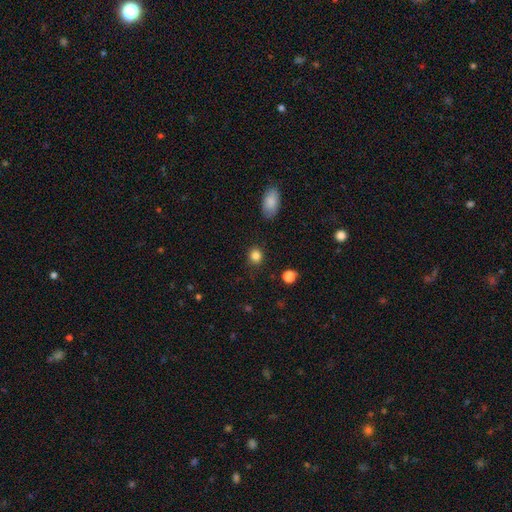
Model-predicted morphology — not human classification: smooth-or-featured: smooth: 85% | star or artifact: 11% | featured or disk: 4%
  how-rounded: round: 77% | in between: 21% | cigar-shaped: 1%
  merging: none: 86% | minor disturbance: 10% | major disturbance: 3% | merger: 2%